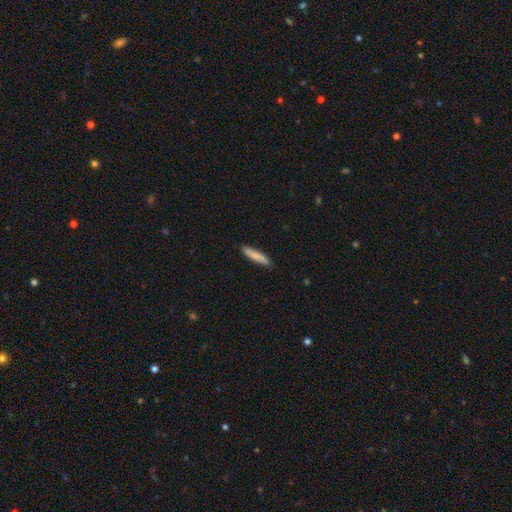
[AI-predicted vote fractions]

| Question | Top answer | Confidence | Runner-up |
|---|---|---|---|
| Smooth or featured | smooth | 81% | featured or disk (14%) |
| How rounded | cigar-shaped | 87% | in between (12%) |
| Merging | none | 89% | minor disturbance (9%) |